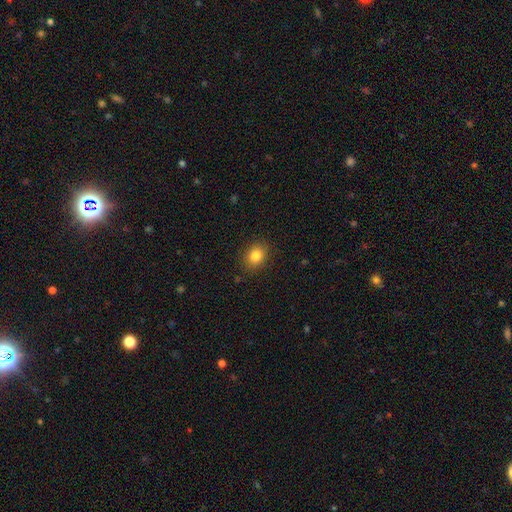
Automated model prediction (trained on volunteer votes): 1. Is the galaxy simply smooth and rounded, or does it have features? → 84% smooth, 10% star or artifact, 6% featured or disk.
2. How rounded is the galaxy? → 51% round, 48% in between, 1% cigar-shaped.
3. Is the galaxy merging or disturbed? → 87% none, 10% minor disturbance, 3% major disturbance, 1% merger.